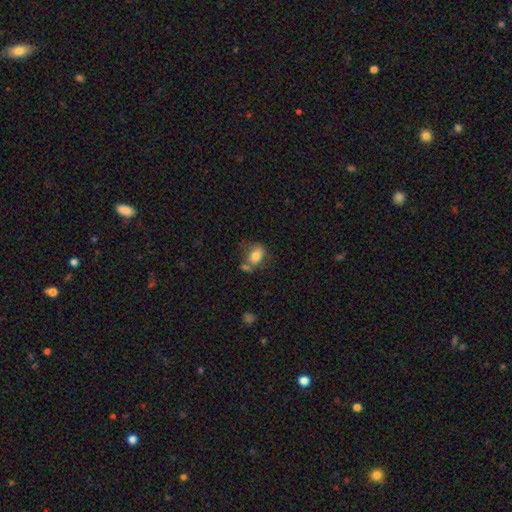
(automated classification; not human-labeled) Morphology: type=smooth (79%); roundness=in between (75%); merging=none (45%).